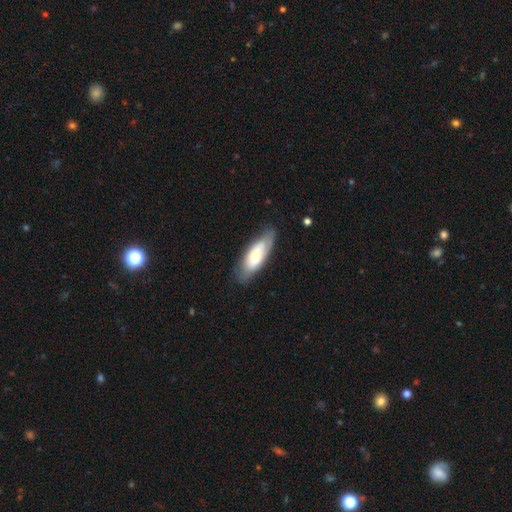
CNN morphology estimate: Smooth or featured? Predicted: smooth (p=0.64). How rounded? Predicted: in between (p=0.68). Merging? Predicted: none (p=0.73).